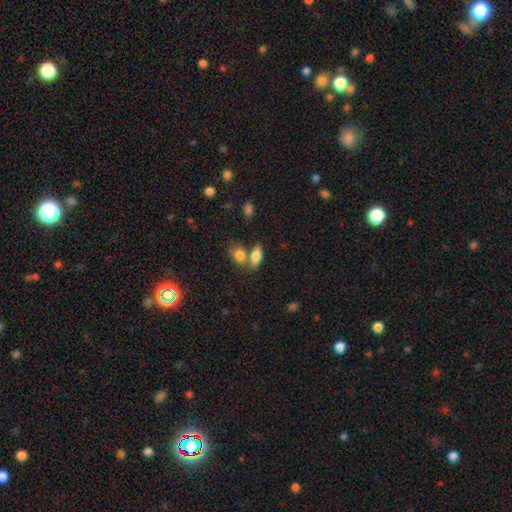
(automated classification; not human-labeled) Smooth or featured? smooth (82%)
How rounded? in between (83%)
Merging? none (47%)